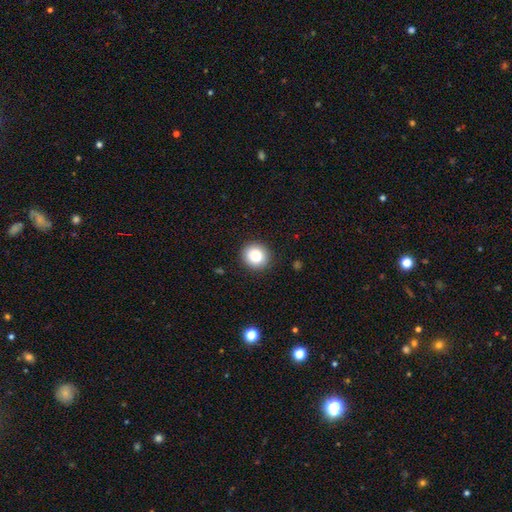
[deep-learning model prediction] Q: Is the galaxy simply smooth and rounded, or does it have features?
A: smooth — 82%.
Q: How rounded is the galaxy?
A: round — 89%.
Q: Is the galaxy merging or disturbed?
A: none — 91%.